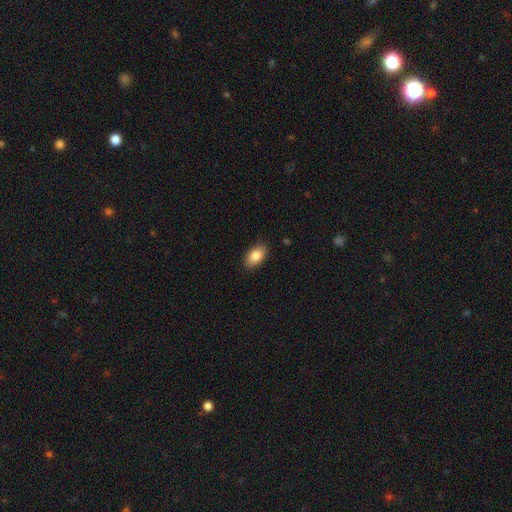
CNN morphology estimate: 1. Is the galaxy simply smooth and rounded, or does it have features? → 85% smooth, 8% featured or disk, 7% star or artifact.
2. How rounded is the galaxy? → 92% in between, 6% round, 2% cigar-shaped.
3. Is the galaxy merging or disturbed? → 86% none, 11% minor disturbance, 2% major disturbance, 1% merger.